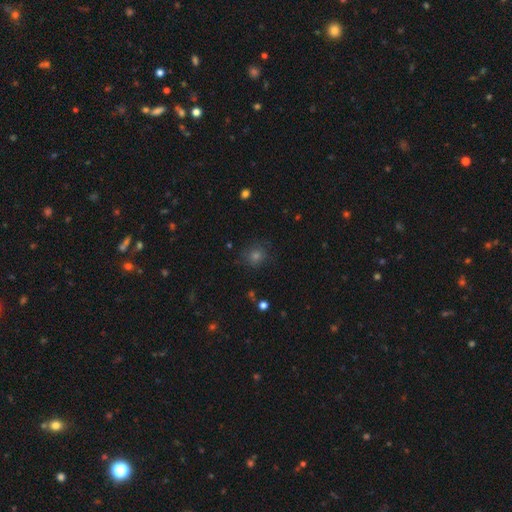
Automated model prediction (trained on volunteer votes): smooth_or_featured: smooth (p=0.62) [alt: star or artifact p=0.28]
how_rounded: round (p=0.86) [alt: in between p=0.13]
merging: none (p=0.83) [alt: minor disturbance p=0.11]